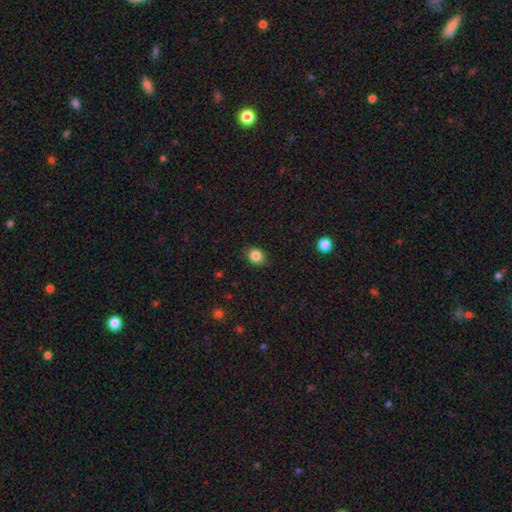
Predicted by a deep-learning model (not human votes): This is clearly a smooth galaxy (84%). How rounded: likely round (62%). Merging: clearly none (86%).